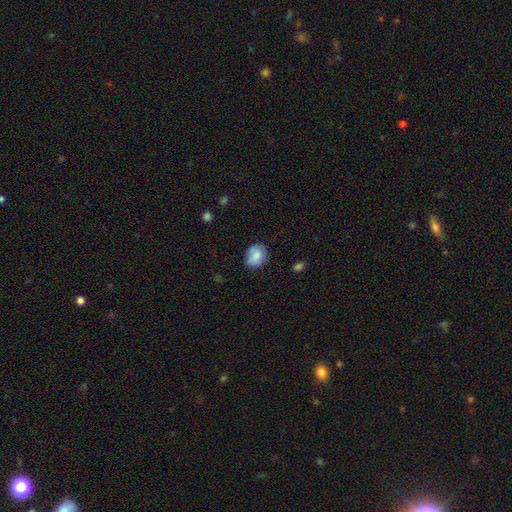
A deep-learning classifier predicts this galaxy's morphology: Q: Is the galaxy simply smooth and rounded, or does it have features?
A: smooth — 83%.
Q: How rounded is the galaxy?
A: round — 52%.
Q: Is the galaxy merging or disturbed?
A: none — 70%.